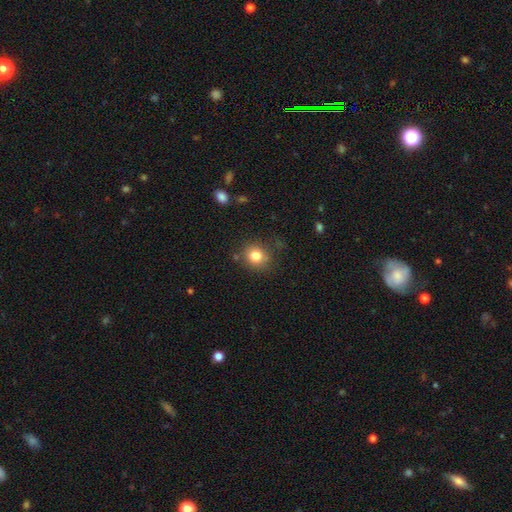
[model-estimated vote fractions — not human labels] Smooth or featured? Predicted: smooth (p=0.81). How rounded? Predicted: round (p=0.82). Merging? Predicted: none (p=0.77).